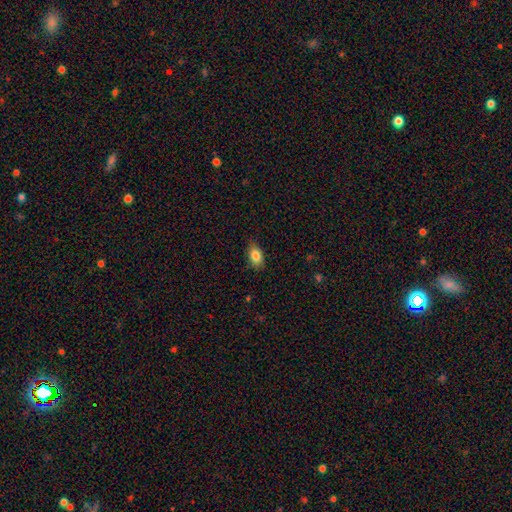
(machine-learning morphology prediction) Overall: smooth (85%). How rounded: in between (88%). Merging: none (84%).